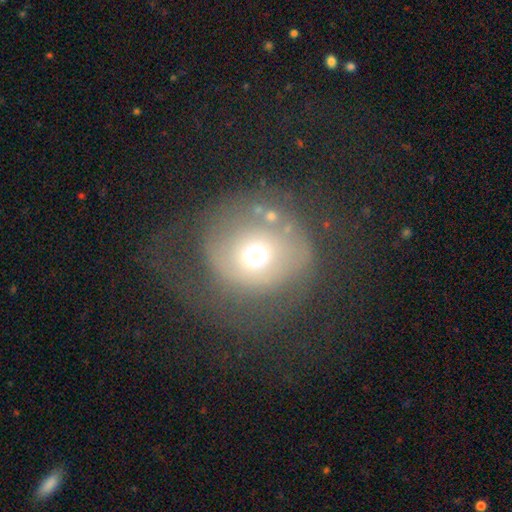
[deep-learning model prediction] The model was most divided on "smooth or featured": smooth: 55%, featured or disk: 28%, star or artifact: 17%. More confident: how rounded — round (81%); merging — none (53%).